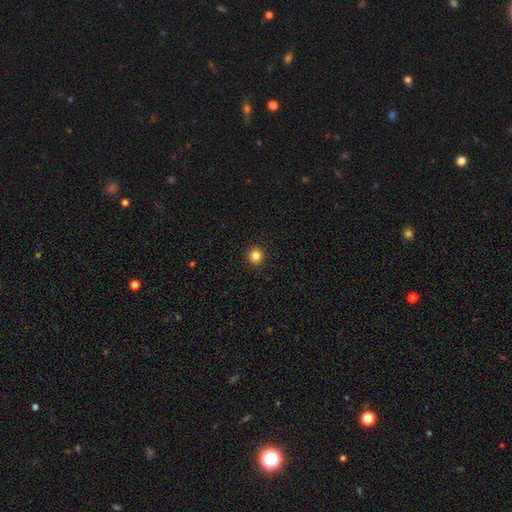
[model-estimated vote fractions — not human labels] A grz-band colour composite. It shows a smooth galaxy with no disk features (84%) that is round (94%). Merging: none (93%).